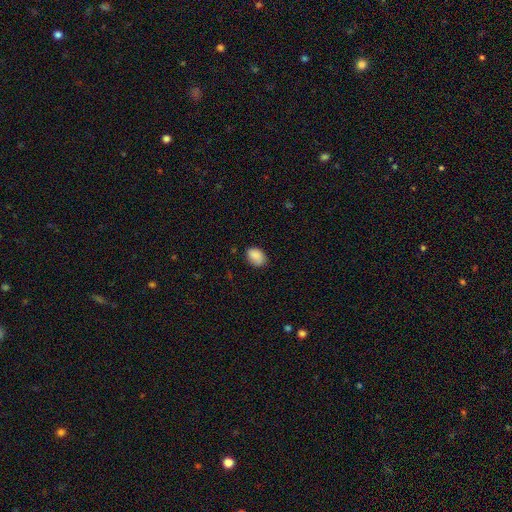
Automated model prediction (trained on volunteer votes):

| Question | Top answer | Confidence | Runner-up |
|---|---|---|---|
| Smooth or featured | smooth | 88% | star or artifact (7%) |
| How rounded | in between | 76% | round (23%) |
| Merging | none | 77% | minor disturbance (19%) |